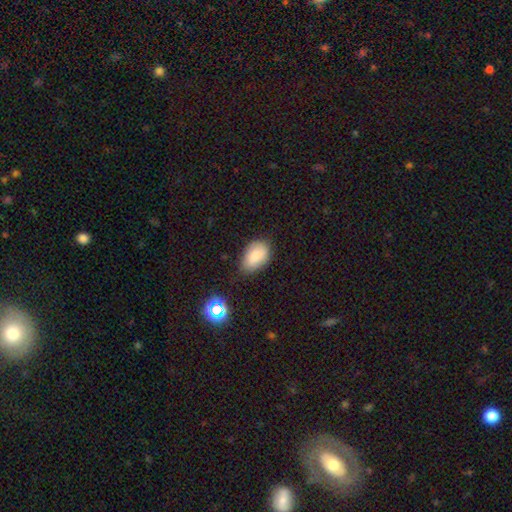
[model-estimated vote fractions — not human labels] Q: Smooth or featured?
A: smooth (85%); runner-up: star or artifact (9%)
Q: How rounded?
A: in between (89%); runner-up: round (10%)
Q: Merging?
A: none (71%); runner-up: minor disturbance (22%)